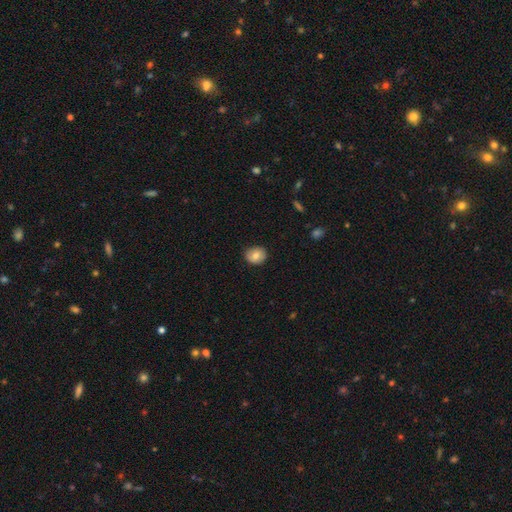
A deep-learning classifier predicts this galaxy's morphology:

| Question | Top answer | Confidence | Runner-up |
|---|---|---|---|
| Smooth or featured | smooth | 78% | featured or disk (14%) |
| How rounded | round | 65% | in between (34%) |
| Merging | none | 85% | minor disturbance (12%) |